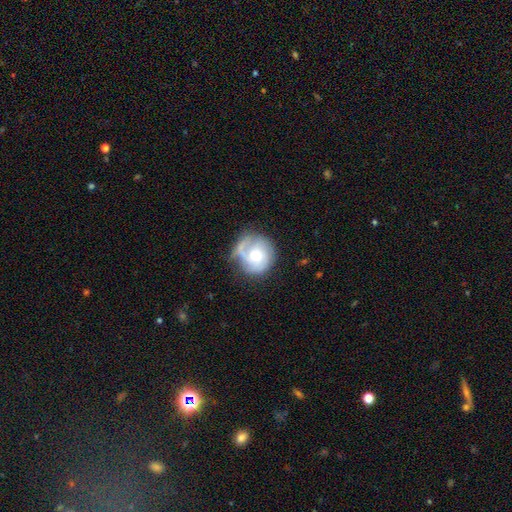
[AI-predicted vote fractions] smooth-or-featured: featured or disk: 66% | smooth: 27% | star or artifact: 6%
  disk-edge-on: no: 98% | yes: 2%
    bar: no: 74% | weak: 22% | strong: 4%
    has-spiral-arms: yes: 84% | no: 16%
      spiral-winding: tight: 47% | medium: 35% | loose: 18%
      spiral-arm-count: 2: 30% | 1: 26% | can't tell: 23% | 3: 16% | 4: 3% | more than 4: 3%
    bulge-size: moderate: 74% | small: 17% | large: 7% | dominant: 1% | none: 1%
  merging: none: 53% | minor disturbance: 27% | major disturbance: 16% | merger: 4%